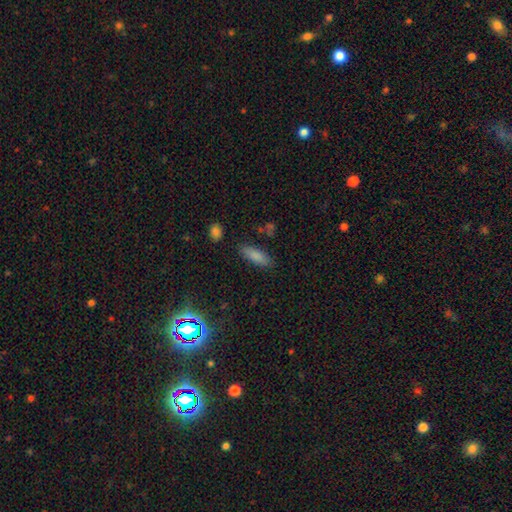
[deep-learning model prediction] Q: Smooth or featured?
A: smooth (84%); runner-up: featured or disk (8%)
Q: How rounded?
A: in between (64%); runner-up: cigar-shaped (34%)
Q: Merging?
A: none (82%); runner-up: minor disturbance (12%)